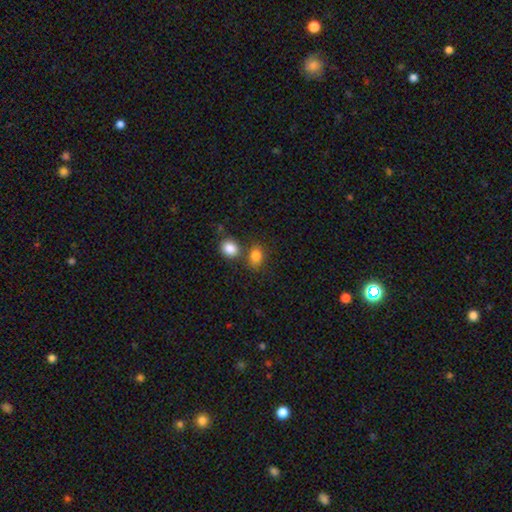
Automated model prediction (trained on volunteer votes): Smooth or featured? Predicted: smooth (p=0.83). How rounded? Predicted: in between (p=0.51). Merging? Predicted: none (p=0.60).